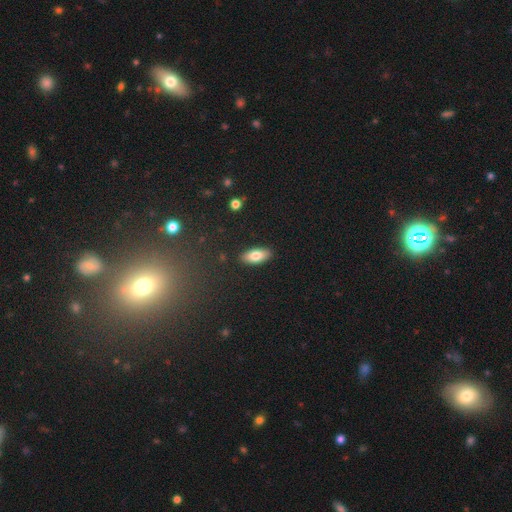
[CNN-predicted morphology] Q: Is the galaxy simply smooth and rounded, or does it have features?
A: smooth — 79%.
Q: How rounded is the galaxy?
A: in between — 86%.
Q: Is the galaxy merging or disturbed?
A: none — 89%.